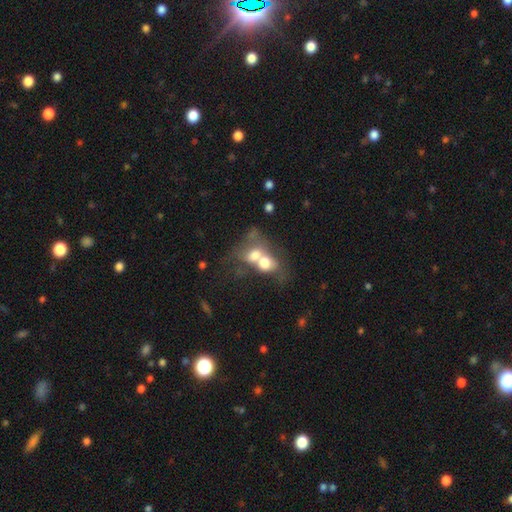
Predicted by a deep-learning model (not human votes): The model was most divided on "how rounded": in between: 57%, round: 41%, cigar-shaped: 2%. More confident: merging — merger (74%); smooth or featured — smooth (60%).